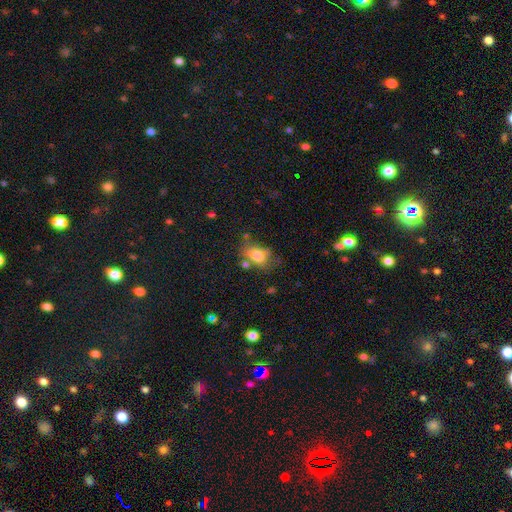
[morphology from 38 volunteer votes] A smooth galaxy with no disk features (79%) that is in between round and cigar-shaped (87%).

Vote fractions:
- Smooth or featured? smooth: 79% / featured or disk: 18% / star or artifact: 3%
- How rounded? in between: 87% / round: 13% / cigar-shaped: 0%
- Merging? minor disturbance: 35% / none: 27% / major disturbance: 19% / merger: 19%